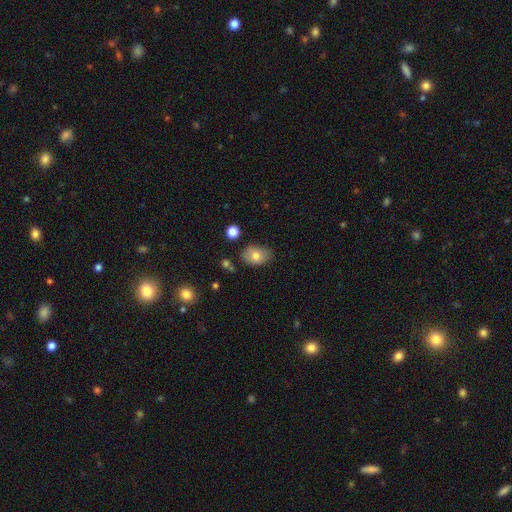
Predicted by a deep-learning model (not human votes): A smooth galaxy with no disk features (78%) that is in between round and cigar-shaped (81%). Merging: none (74%).